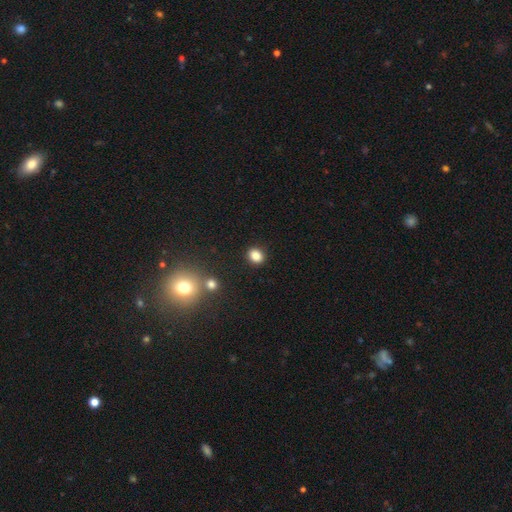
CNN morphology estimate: smooth_or_featured: smooth (p=0.85) [alt: star or artifact p=0.11]
how_rounded: in between (p=0.53) [alt: round p=0.45]
merging: none (p=0.87) [alt: minor disturbance p=0.08]